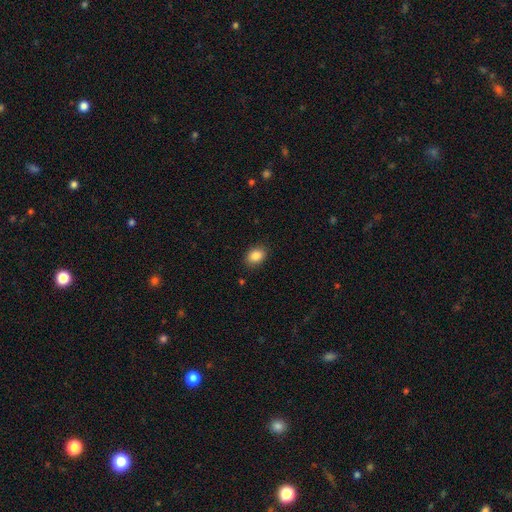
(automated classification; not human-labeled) smooth_or_featured: smooth (p=0.87) [alt: star or artifact p=0.09]
how_rounded: in between (p=0.72) [alt: round p=0.27]
merging: none (p=0.87) [alt: minor disturbance p=0.10]